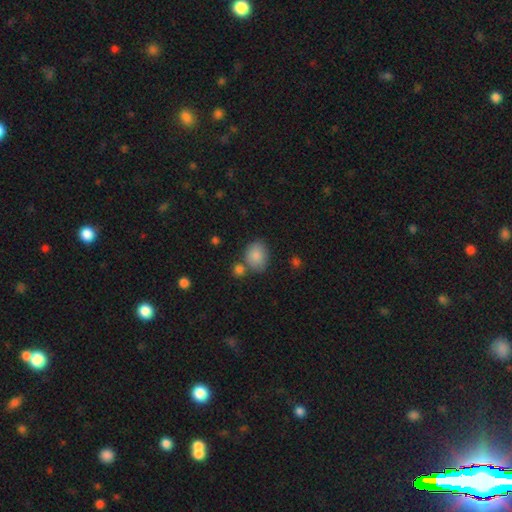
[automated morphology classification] This is clearly a smooth galaxy (85%). How rounded: possibly in between (58%). Merging: likely none (63%).